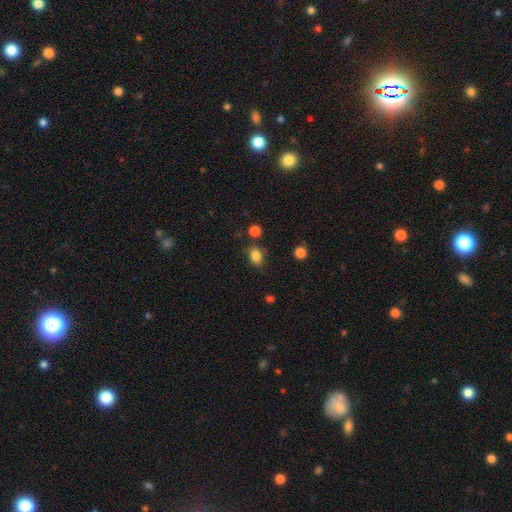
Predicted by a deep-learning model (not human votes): Smooth or featured: smooth — 83% (star or artifact — 11%)
How rounded: in between — 67% (round — 31%)
Merging: none — 74% (minor disturbance — 15%)